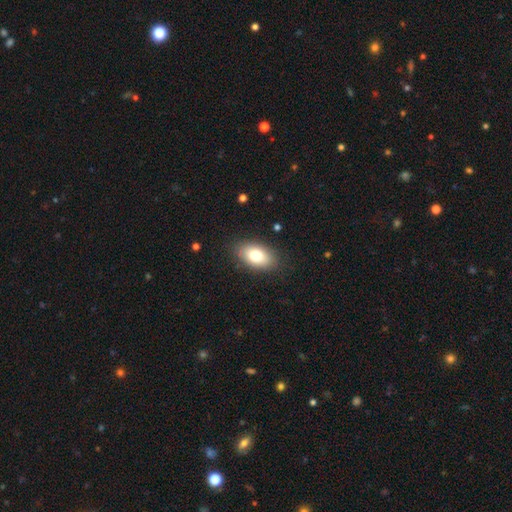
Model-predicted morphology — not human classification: This appears to be a smooth galaxy with no disk features (77%) that is in between round and cigar-shaped (90%). Merging: none (85%).